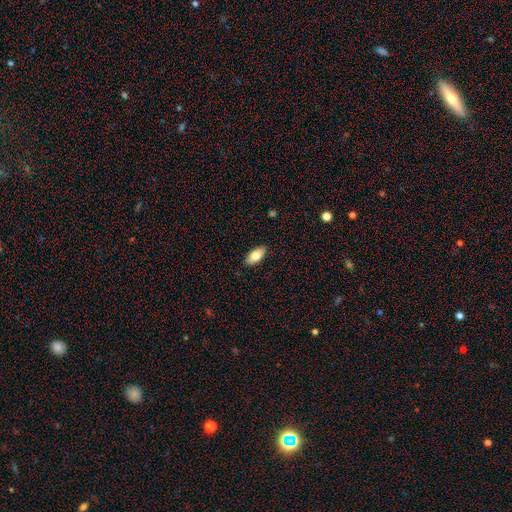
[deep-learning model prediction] A smooth galaxy with no disk features (76%) that is in between round and cigar-shaped (90%). Merging: none (88%).